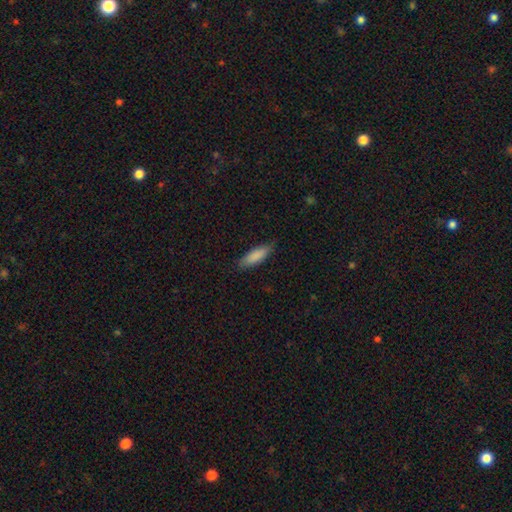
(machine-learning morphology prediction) type=smooth (87%); roundness=in between (50%); merging=none (83%).